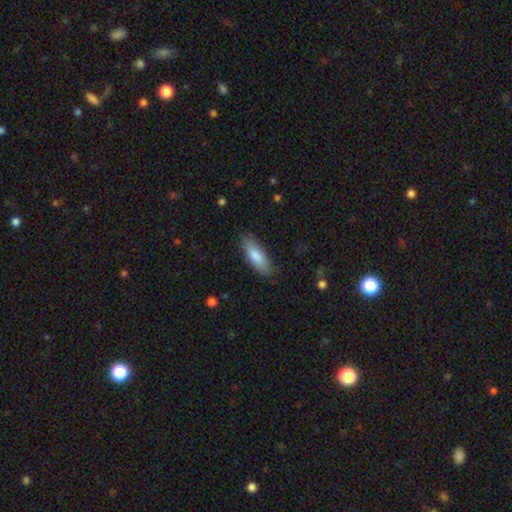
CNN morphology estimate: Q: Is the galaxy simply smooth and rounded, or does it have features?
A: smooth — 80%.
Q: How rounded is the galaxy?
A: in between — 58%.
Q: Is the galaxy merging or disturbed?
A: none — 83%.